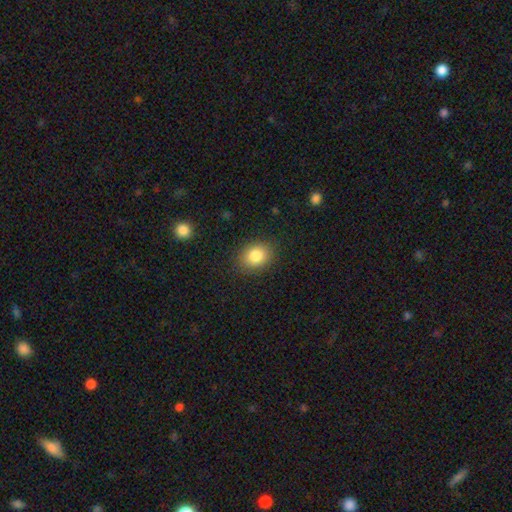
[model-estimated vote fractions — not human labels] Morphology: type=smooth (84%); roundness=in between (57%); merging=none (87%).